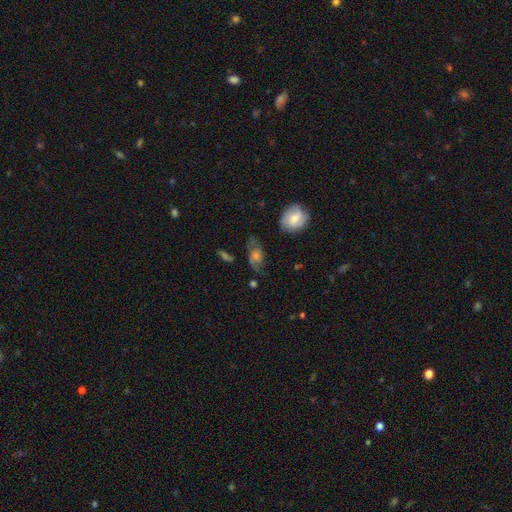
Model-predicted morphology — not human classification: type=smooth (43%); merging=none (59%).